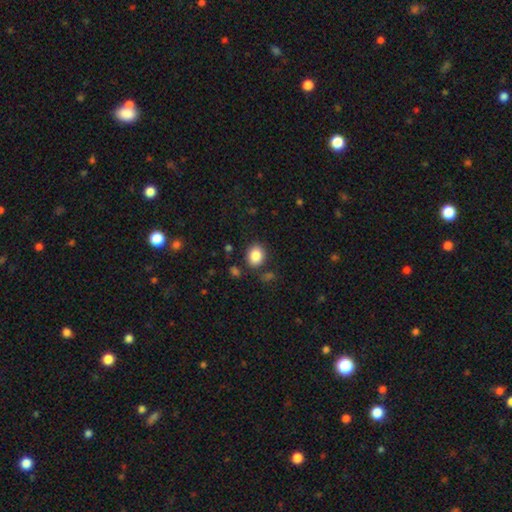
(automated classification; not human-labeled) Overall: smooth (86%). How rounded: round (50%; in between 49%). Merging: none (83%).